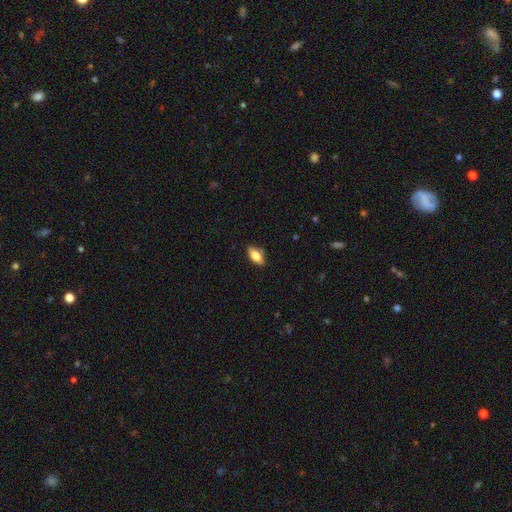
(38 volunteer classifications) smooth 82%, featured or disk 16%, star or artifact 3%. Down the decision tree: how rounded — in between (77%); merging — none (73%).